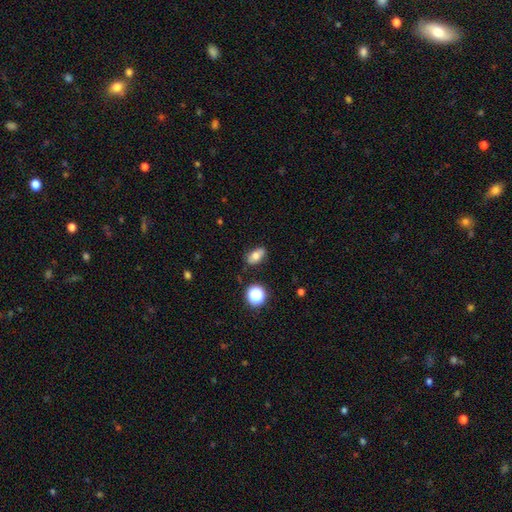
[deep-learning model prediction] Smooth or featured? Predicted: smooth (p=0.73). How rounded? Predicted: in between (p=0.85). Merging? Predicted: none (p=0.81).